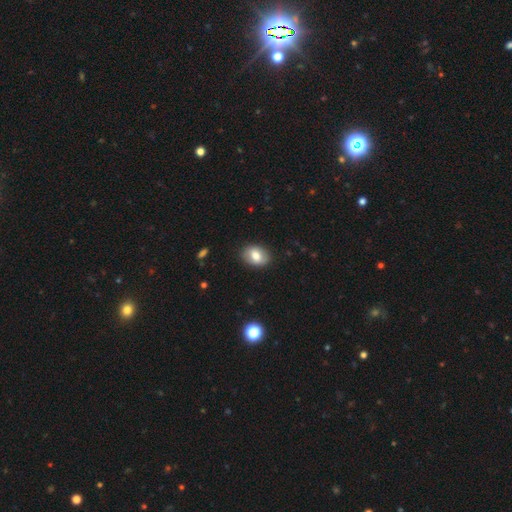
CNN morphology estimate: smooth_or_featured: smooth (p=0.73) [alt: featured or disk p=0.19]
how_rounded: in between (p=0.75) [alt: round p=0.24]
merging: none (p=0.86) [alt: minor disturbance p=0.11]